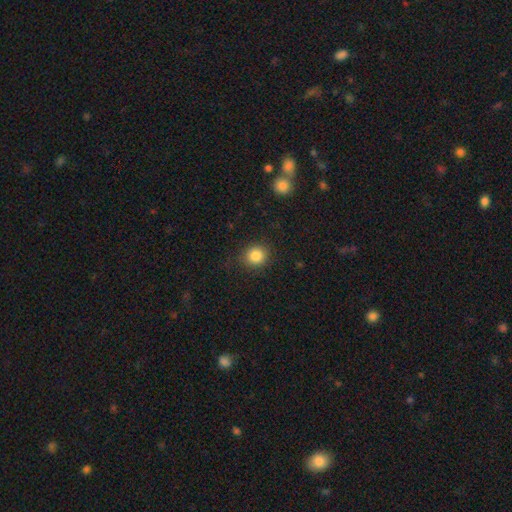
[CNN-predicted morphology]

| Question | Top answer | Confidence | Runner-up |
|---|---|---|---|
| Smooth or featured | smooth | 85% | star or artifact (10%) |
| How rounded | round | 88% | in between (12%) |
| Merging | none | 87% | minor disturbance (9%) |